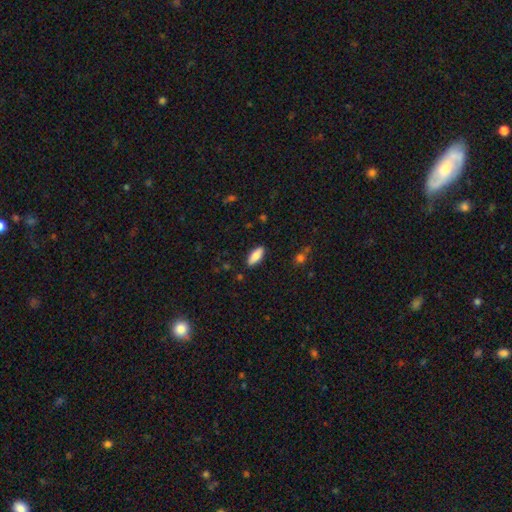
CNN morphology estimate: A smooth galaxy with no disk features (82%) that is in between round and cigar-shaped (77%).

Vote fractions:
- Smooth or featured? smooth: 82% / featured or disk: 11% / star or artifact: 6%
- How rounded? in between: 77% / cigar-shaped: 21% / round: 2%
- Merging? none: 88% / minor disturbance: 9% / major disturbance: 2% / merger: 1%